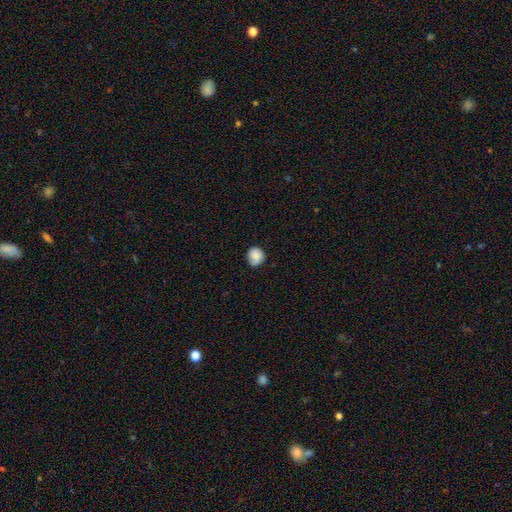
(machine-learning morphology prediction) Smooth or featured: smooth — 84% (star or artifact — 8%)
How rounded: round — 83% (in between — 16%)
Merging: none — 78% (minor disturbance — 18%)